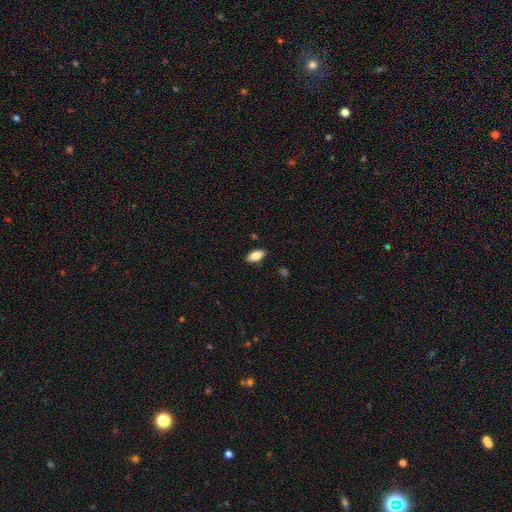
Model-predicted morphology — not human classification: A smooth galaxy with no disk features (85%) that is in between round and cigar-shaped (90%). Merging: none (88%).